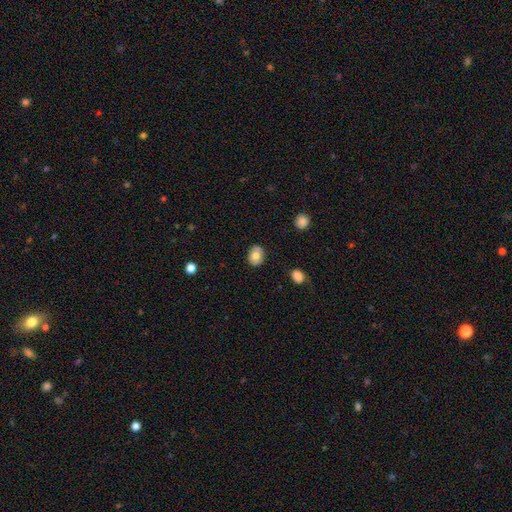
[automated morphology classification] Smooth or featured?
  - smooth: 73% *
  - featured or disk: 18%
  - star or artifact: 9%
How rounded?
  - round: 56% *
  - in between: 43%
  - cigar-shaped: 1%
Merging?
  - none: 84% *
  - minor disturbance: 12%
  - major disturbance: 3%
  - merger: 2%